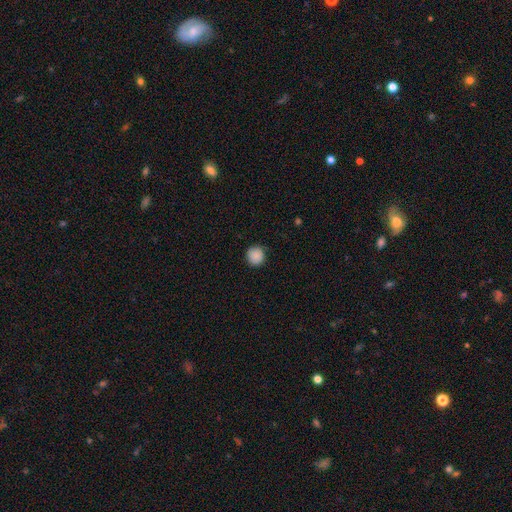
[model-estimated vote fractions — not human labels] A smooth galaxy with no disk features (89%) that is round (93%). Merging: none (87%).